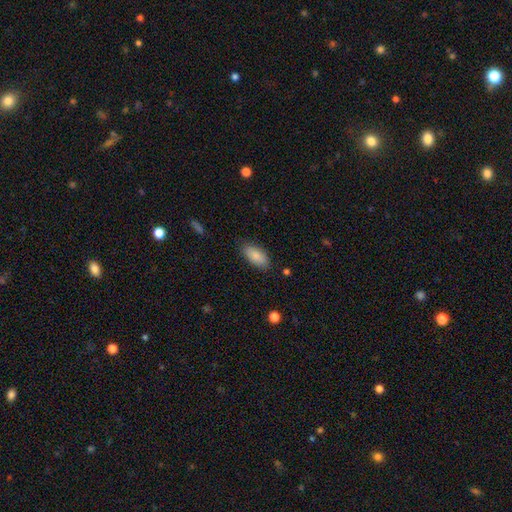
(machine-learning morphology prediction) The model was most divided on "merging": none: 84%, minor disturbance: 12%, major disturbance: 3%, merger: 1%. More confident: how rounded — in between (90%); smooth or featured — smooth (86%).